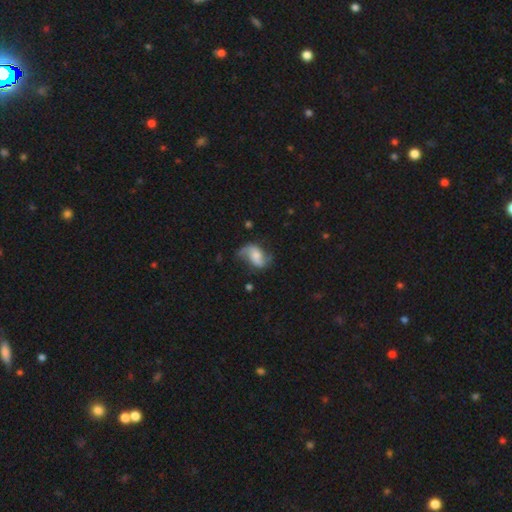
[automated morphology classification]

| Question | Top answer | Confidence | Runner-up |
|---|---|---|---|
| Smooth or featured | featured or disk | 70% | smooth (22%) |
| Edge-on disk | no | 97% | yes (3%) |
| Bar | no | 54% | weak (36%) |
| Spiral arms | yes | 91% | no (9%) |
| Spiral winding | loose | 66% | medium (27%) |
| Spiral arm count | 2 | 86% | 1 (6%) |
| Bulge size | moderate | 43% | small (37%) |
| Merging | none | 56% | minor disturbance (26%) |